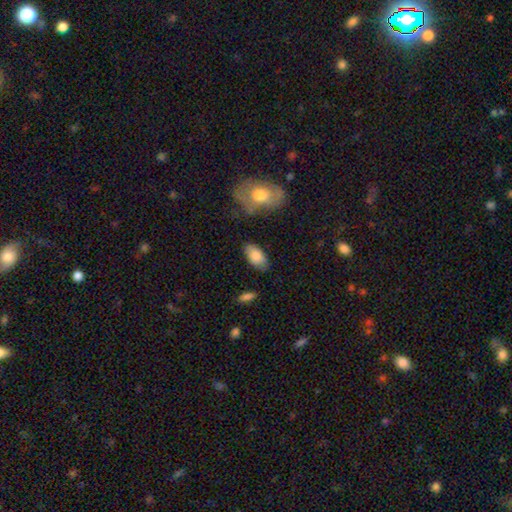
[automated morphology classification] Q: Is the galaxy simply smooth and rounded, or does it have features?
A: smooth — 83%.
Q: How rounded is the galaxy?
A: in between — 94%.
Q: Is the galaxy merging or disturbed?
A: none — 80%.